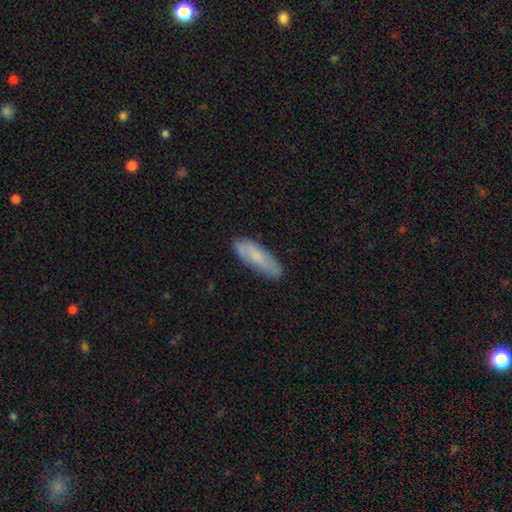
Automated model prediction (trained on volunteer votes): Morphology: type=smooth (73%); roundness=in between (54%); merging=none (83%).